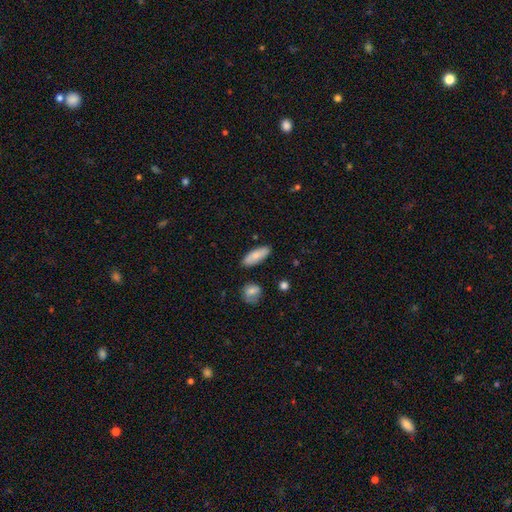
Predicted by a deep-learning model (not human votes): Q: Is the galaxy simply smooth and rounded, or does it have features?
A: smooth — 80%.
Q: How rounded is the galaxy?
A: in between — 71%.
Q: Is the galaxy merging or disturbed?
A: none — 84%.